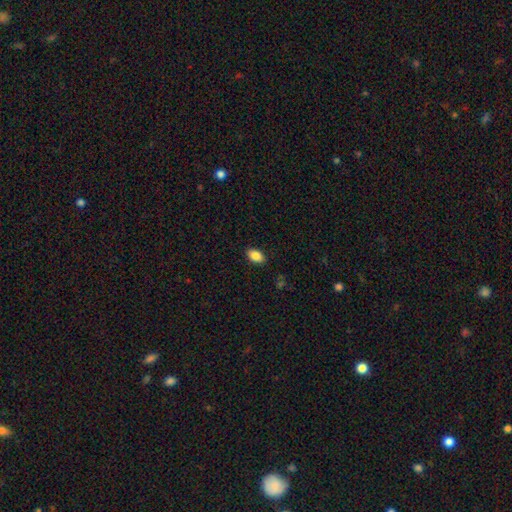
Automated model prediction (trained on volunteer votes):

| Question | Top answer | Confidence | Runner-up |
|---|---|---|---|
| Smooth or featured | smooth | 87% | star or artifact (8%) |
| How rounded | in between | 91% | round (7%) |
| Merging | none | 88% | minor disturbance (9%) |